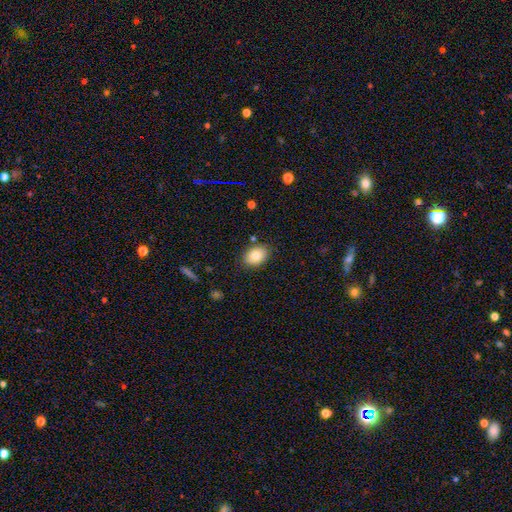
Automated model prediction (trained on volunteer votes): This appears to be a smooth galaxy with no disk features (83%) that is in between round and cigar-shaped (75%). Merging: none (84%).